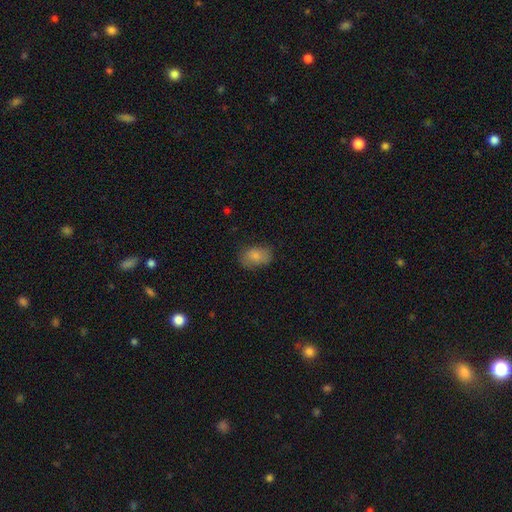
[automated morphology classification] Smooth or featured?
  - smooth: 80% *
  - featured or disk: 11%
  - star or artifact: 8%
How rounded?
  - in between: 84% *
  - round: 15%
  - cigar-shaped: 1%
Merging?
  - none: 70% *
  - minor disturbance: 22%
  - major disturbance: 6%
  - merger: 1%